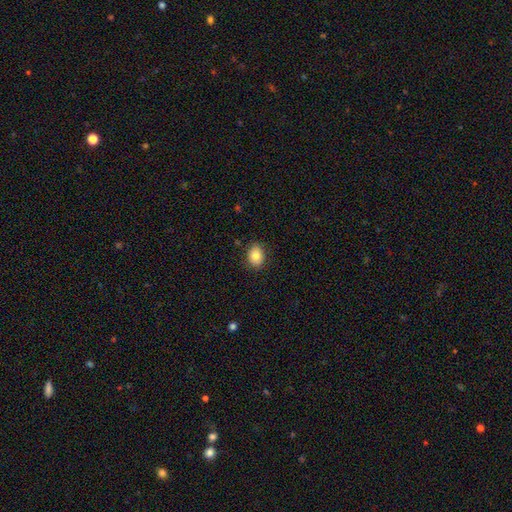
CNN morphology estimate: smooth 82%, featured or disk 9%, star or artifact 9%. Down the decision tree: how rounded — in between (56%); merging — none (87%).